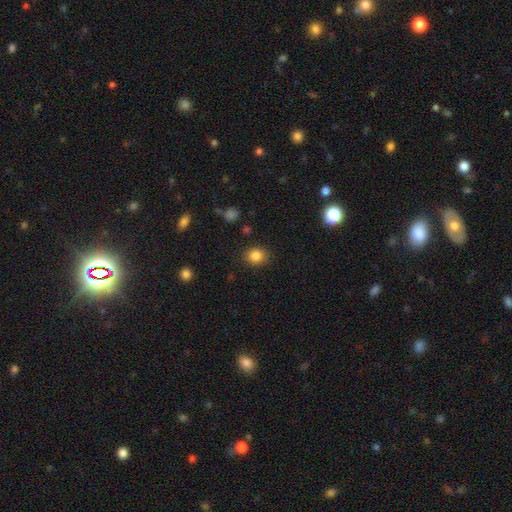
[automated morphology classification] A smooth galaxy with no disk features (84%) that is round (71%). Merging: none (87%).